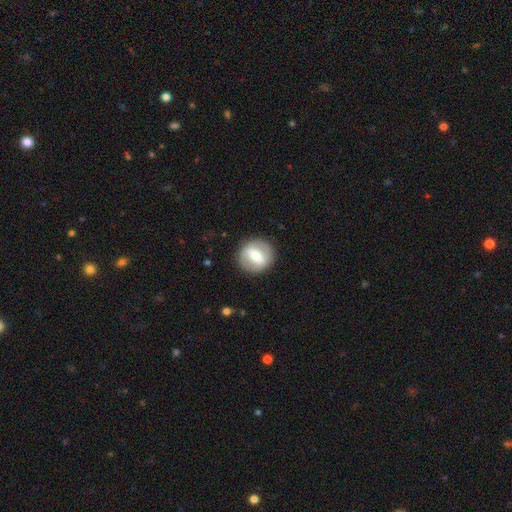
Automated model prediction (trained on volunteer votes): This appears to be a featured or disk galaxy (51%). Merging: none (87%).